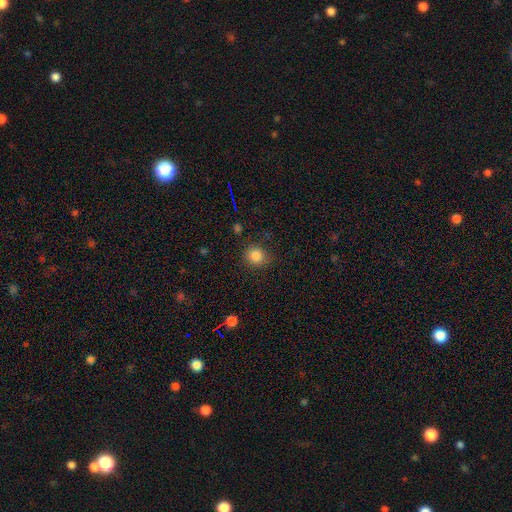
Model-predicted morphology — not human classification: The model was most divided on "merging": none: 82%, minor disturbance: 12%, major disturbance: 4%, merger: 2%. More confident: how rounded — round (85%); smooth or featured — smooth (85%).